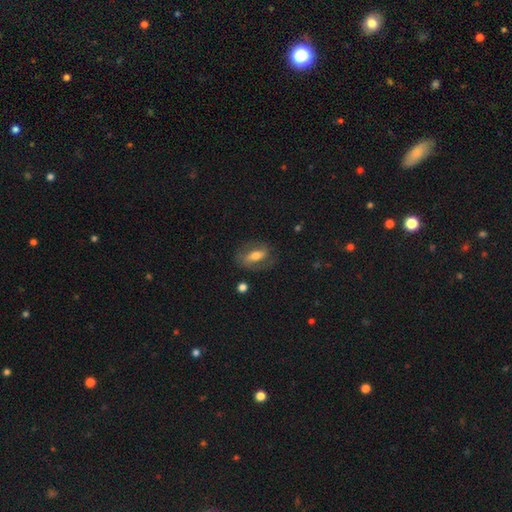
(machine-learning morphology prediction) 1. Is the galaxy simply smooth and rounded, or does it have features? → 52% featured or disk, 41% smooth, 7% star or artifact.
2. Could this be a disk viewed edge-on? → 87% no, 13% yes.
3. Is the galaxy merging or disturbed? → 70% none, 18% minor disturbance, 11% major disturbance, 2% merger.